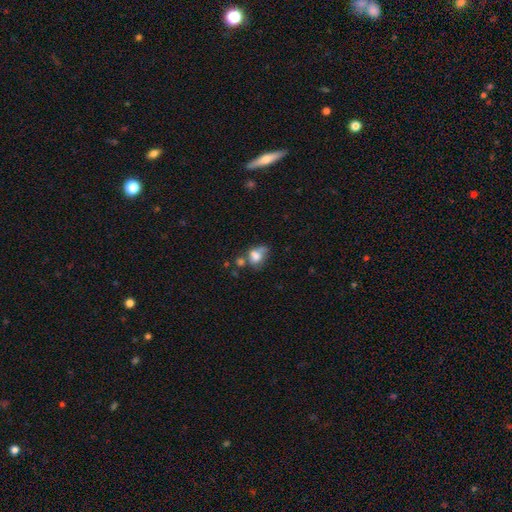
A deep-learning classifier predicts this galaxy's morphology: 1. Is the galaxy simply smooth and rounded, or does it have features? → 70% smooth, 19% featured or disk, 11% star or artifact.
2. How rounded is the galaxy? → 61% in between, 37% round, 1% cigar-shaped.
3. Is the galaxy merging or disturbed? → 33% merger, 26% none, 22% minor disturbance, 19% major disturbance.